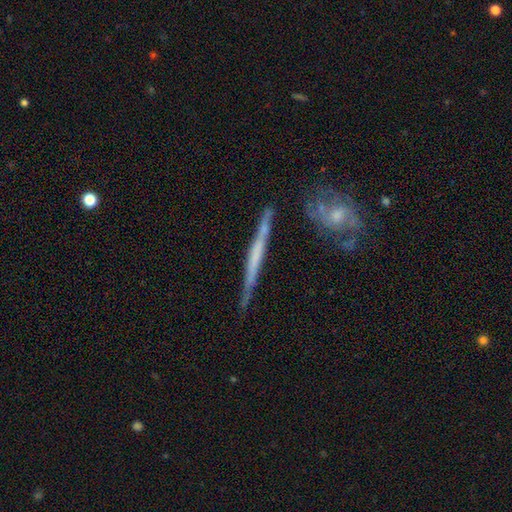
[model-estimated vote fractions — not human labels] Smooth or featured? featured or disk (62%)
Edge-on disk? yes (92%)
Edge-on bulge? none (78%)
Merging? none (74%)